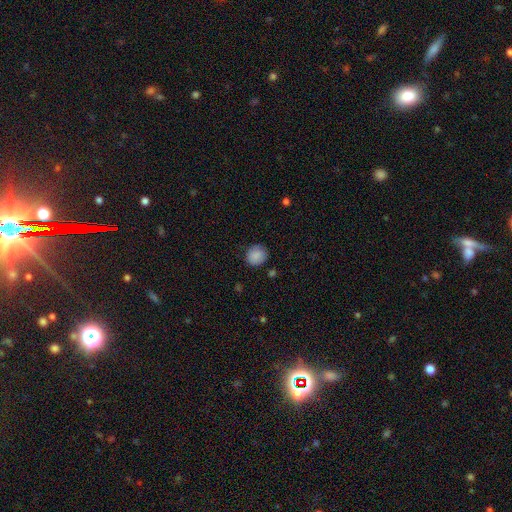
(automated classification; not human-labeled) This appears to be a smooth galaxy with no disk features (88%) that is round (87%). Merging: none (85%).